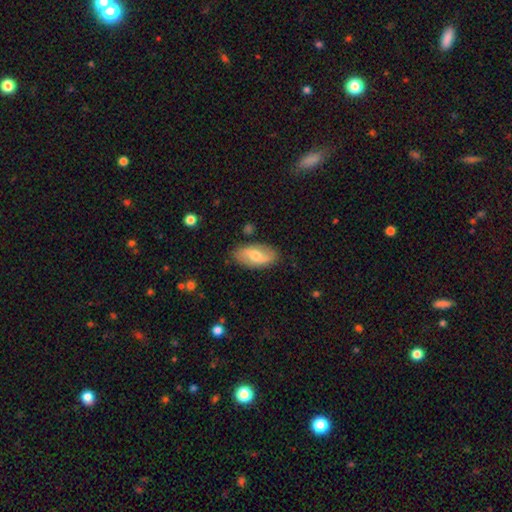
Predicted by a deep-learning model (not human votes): A featured or disk galaxy (50%).

Vote fractions:
- Smooth or featured? featured or disk: 50% / smooth: 45% / star or artifact: 6%
- Merging? none: 83% / minor disturbance: 13% / major disturbance: 3% / merger: 2%